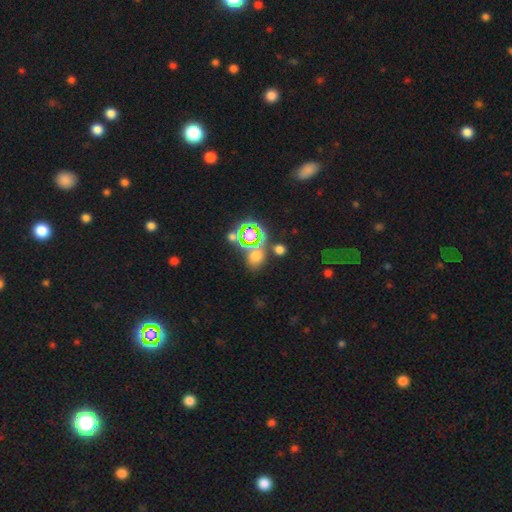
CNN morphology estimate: The model was most divided on "smooth or featured": smooth: 51%, star or artifact: 40%, featured or disk: 9%. More confident: merging — none (67%); how rounded — round (64%).